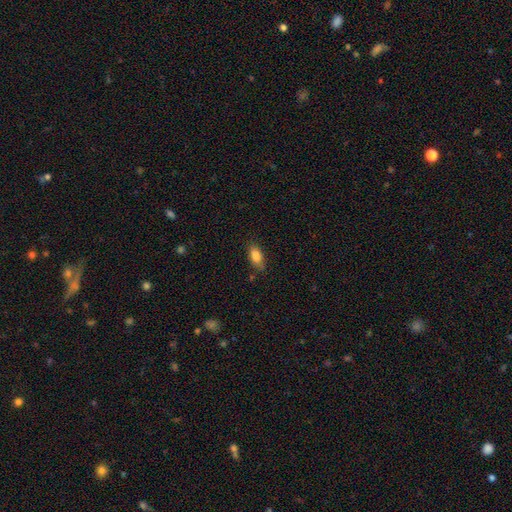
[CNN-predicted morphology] This appears to be a smooth galaxy with no disk features (85%) that is in between round and cigar-shaped (87%). Merging: none (73%).